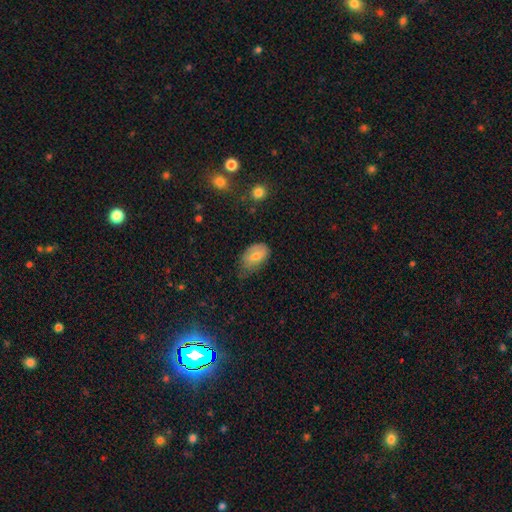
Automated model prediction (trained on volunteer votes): A smooth galaxy with no disk features (73%) that is in between round and cigar-shaped (91%). Merging: minor disturbance (44%).